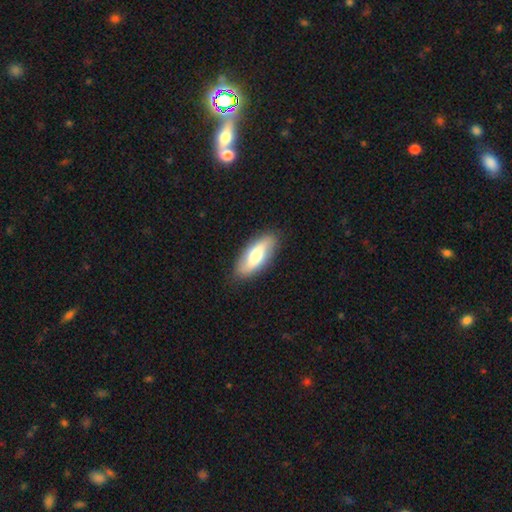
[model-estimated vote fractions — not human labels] Smooth or featured: smooth — 59% (featured or disk — 36%)
How rounded: in between — 77% (cigar-shaped — 20%)
Merging: none — 86% (minor disturbance — 11%)